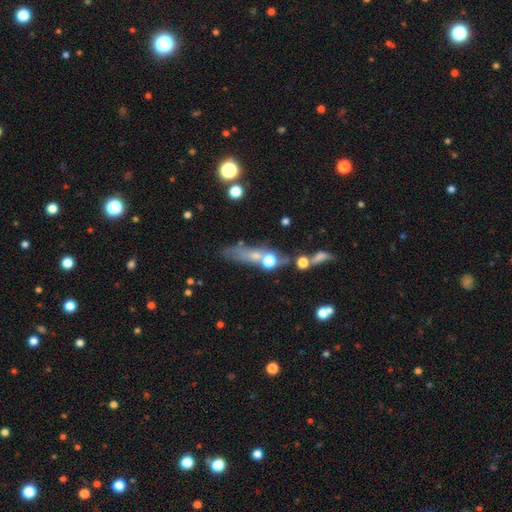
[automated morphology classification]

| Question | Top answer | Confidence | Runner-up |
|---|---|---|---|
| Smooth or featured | smooth | 44% | featured or disk (33%) |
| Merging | none | 51% | merger (22%) |